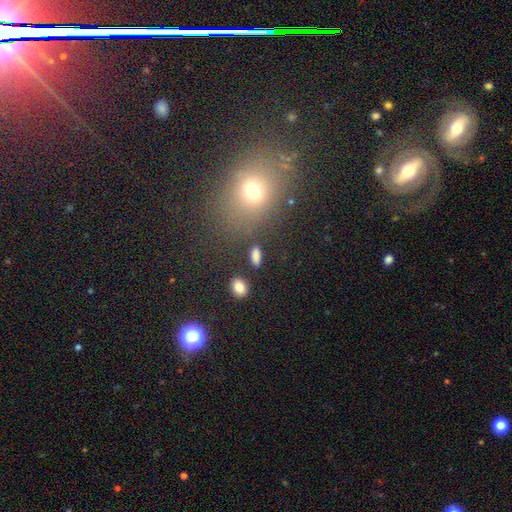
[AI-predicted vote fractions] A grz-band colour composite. It shows a smooth galaxy with no disk features (83%) that is in between round and cigar-shaped (77%). Merging: none (83%).